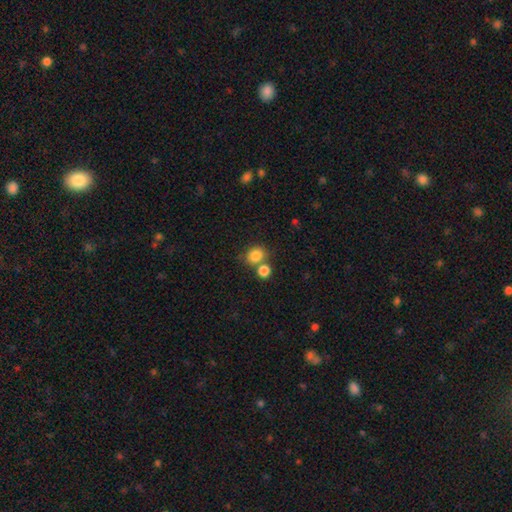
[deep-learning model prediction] Q: Smooth or featured?
A: smooth (83%); runner-up: star or artifact (11%)
Q: How rounded?
A: round (69%); runner-up: in between (30%)
Q: Merging?
A: none (59%); runner-up: merger (28%)